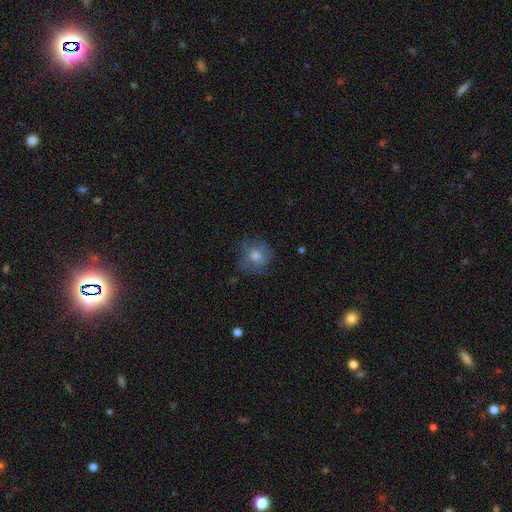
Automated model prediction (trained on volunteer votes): Q: Smooth or featured?
A: smooth (58%); runner-up: featured or disk (27%)
Q: How rounded?
A: round (81%); runner-up: in between (18%)
Q: Merging?
A: none (67%); runner-up: minor disturbance (21%)